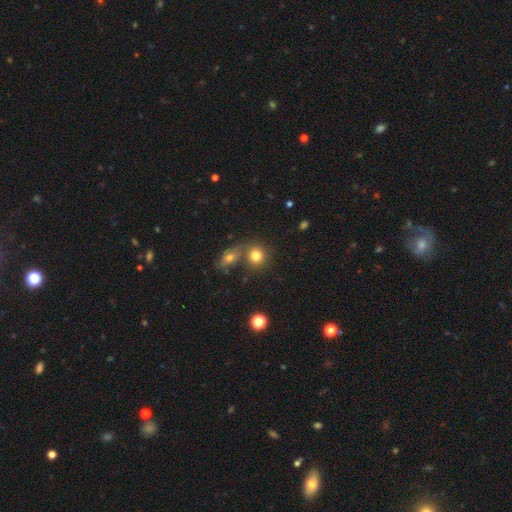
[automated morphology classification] smooth_or_featured: smooth (p=0.79) [alt: star or artifact p=0.12]
how_rounded: round (p=0.80) [alt: in between p=0.18]
merging: none (p=0.54) [alt: merger p=0.34]